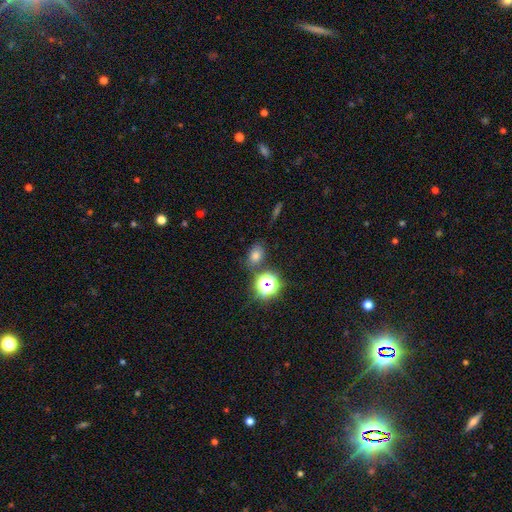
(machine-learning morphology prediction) Smooth or featured? smooth (64%)
How rounded? in between (59%)
Merging? none (77%)